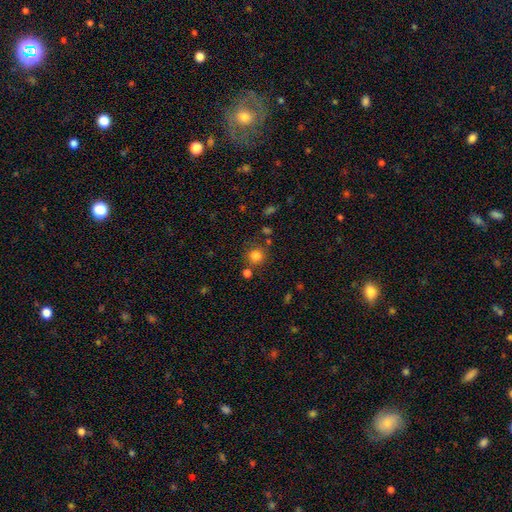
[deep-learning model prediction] A smooth galaxy with no disk features (82%) that is round (92%).

Vote fractions:
- Smooth or featured? smooth: 82% / star or artifact: 13% / featured or disk: 6%
- How rounded? round: 92% / in between: 7% / cigar-shaped: 1%
- Merging? none: 78% / minor disturbance: 9% / merger: 9% / major disturbance: 4%